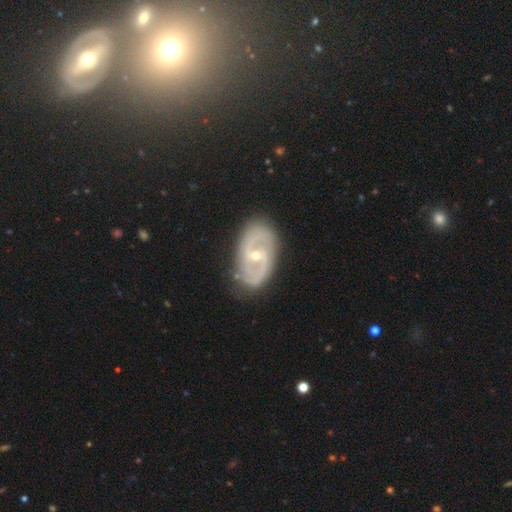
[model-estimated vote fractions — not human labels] Smooth or featured: featured or disk — 85% (smooth — 9%)
Edge-on disk: no — 96% (yes — 4%)
Bar: weak — 47% (no — 34%)
Spiral arms: yes — 91% (no — 9%)
Spiral winding: medium — 48% (tight — 29%)
Spiral arm count: 2 — 84% (can't tell — 8%)
Bulge size: small — 59% (moderate — 38%)
Merging: none — 80% (minor disturbance — 15%)